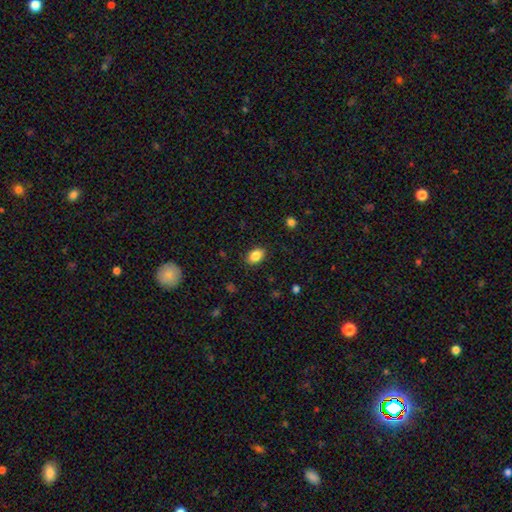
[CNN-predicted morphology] Overall: smooth (85%). How rounded: in between (81%). Merging: none (87%).